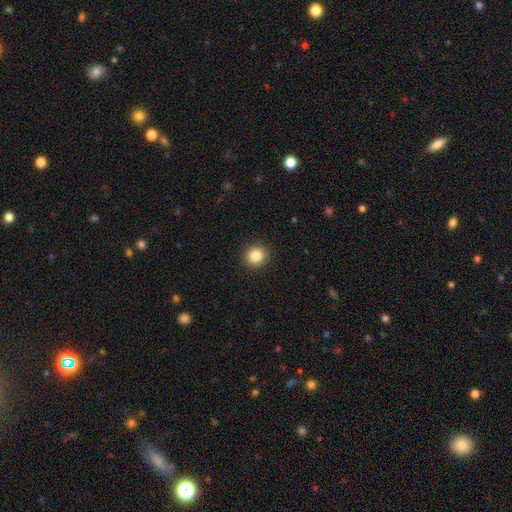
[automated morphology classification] Smooth or featured? smooth (86%)
How rounded? round (86%)
Merging? none (91%)